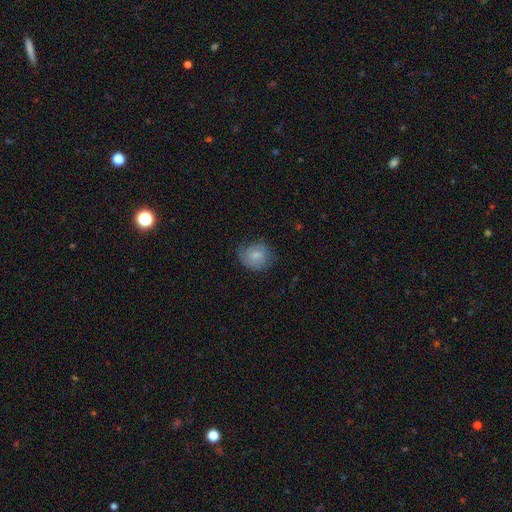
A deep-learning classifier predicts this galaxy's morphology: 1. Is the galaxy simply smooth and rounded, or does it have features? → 72% smooth, 21% featured or disk, 7% star or artifact.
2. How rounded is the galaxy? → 64% round, 35% in between, 1% cigar-shaped.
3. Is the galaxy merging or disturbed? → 70% none, 23% minor disturbance, 7% major disturbance, 1% merger.